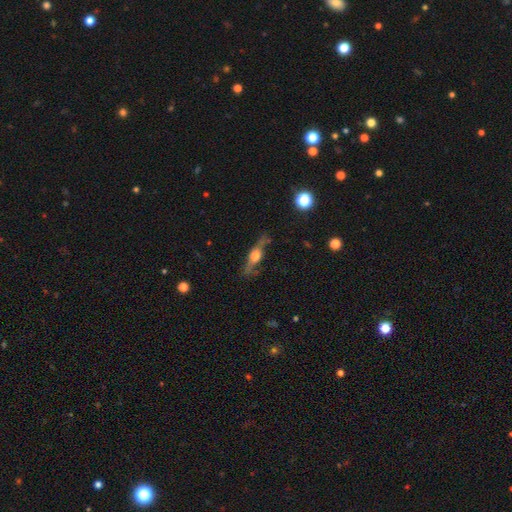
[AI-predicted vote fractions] featured or disk 65%, smooth 28%, star or artifact 8%. Down the decision tree: edge-on disk — yes (88%); edge-on bulge — rounded (90%); merging — none (73%).